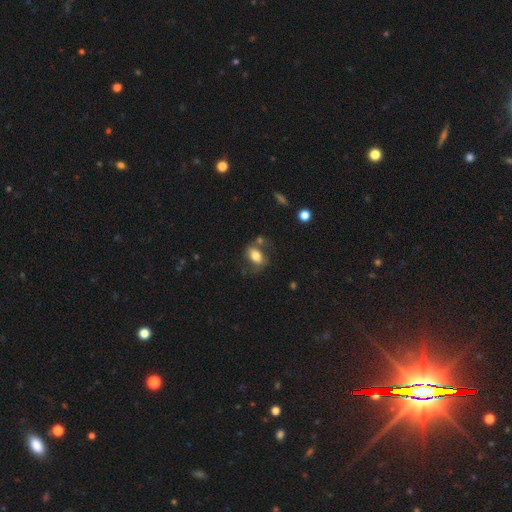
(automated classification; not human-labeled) smooth 68%, featured or disk 24%, star or artifact 8%. Down the decision tree: how rounded — in between (83%); merging — none (56%).